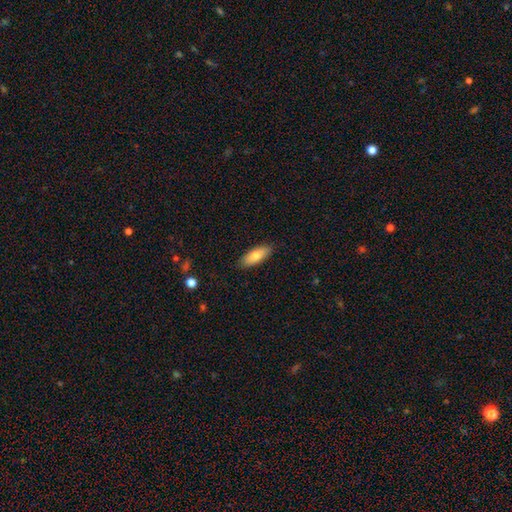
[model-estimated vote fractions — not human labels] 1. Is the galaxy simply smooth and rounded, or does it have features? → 78% smooth, 16% featured or disk, 6% star or artifact.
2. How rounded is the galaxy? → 75% in between, 23% cigar-shaped, 2% round.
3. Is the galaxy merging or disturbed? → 87% none, 10% minor disturbance, 2% major disturbance, 1% merger.